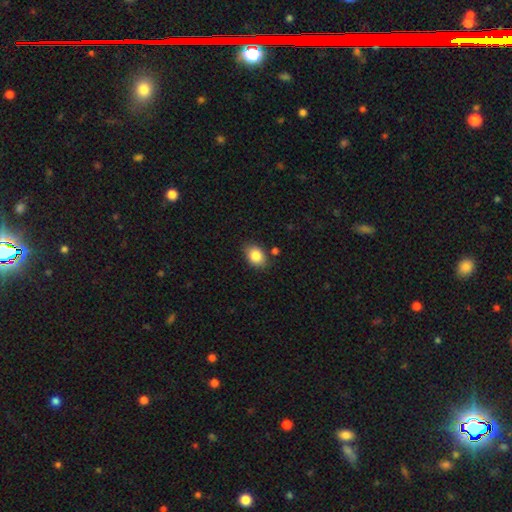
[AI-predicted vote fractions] Smooth or featured: smooth — 85% (star or artifact — 8%)
How rounded: in between — 73% (round — 26%)
Merging: none — 80% (minor disturbance — 13%)